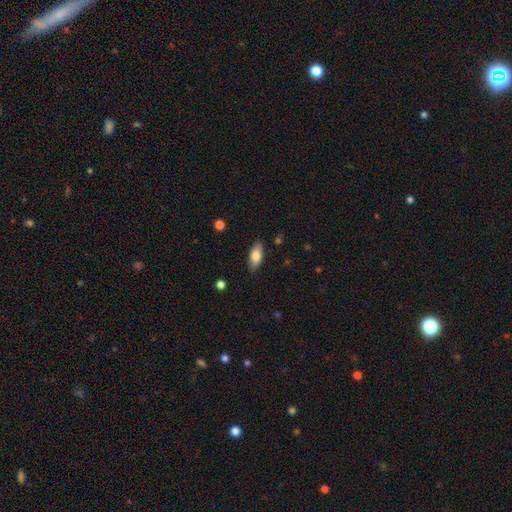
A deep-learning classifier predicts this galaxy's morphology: This appears to be a smooth galaxy with no disk features (78%) that is in between round and cigar-shaped (85%). Merging: none (86%).